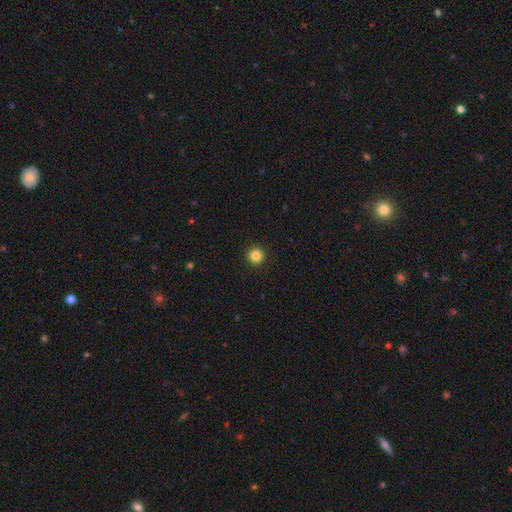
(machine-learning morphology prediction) Smooth or featured: smooth — 84% (star or artifact — 11%)
How rounded: round — 96% (in between — 3%)
Merging: none — 93% (minor disturbance — 4%)